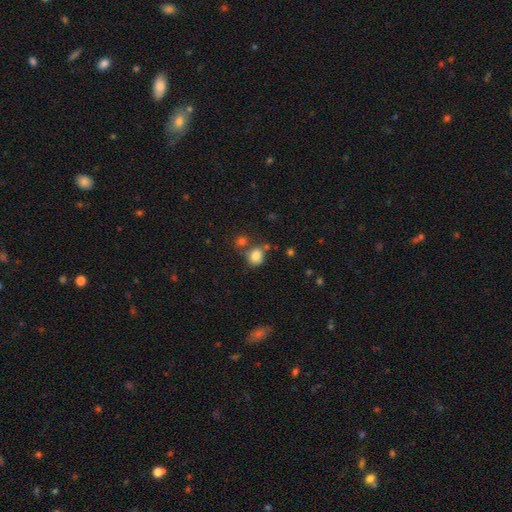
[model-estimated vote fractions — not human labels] smooth_or_featured: smooth (p=0.81) [alt: star or artifact p=0.11]
how_rounded: round (p=0.68) [alt: in between p=0.31]
merging: none (p=0.58) [alt: merger p=0.21]